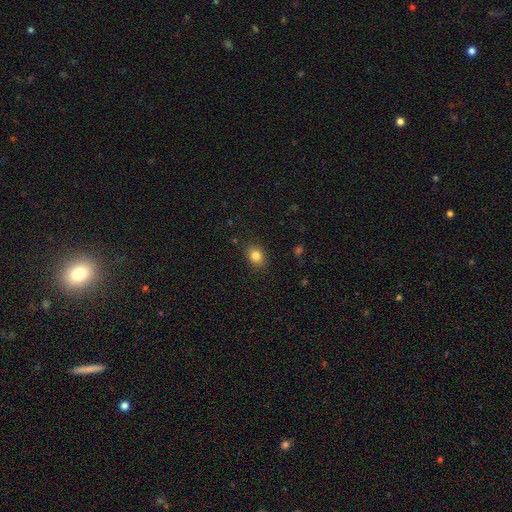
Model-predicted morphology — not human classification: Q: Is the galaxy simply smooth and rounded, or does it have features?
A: smooth — 83%.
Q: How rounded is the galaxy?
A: in between — 56%.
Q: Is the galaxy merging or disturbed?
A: none — 86%.